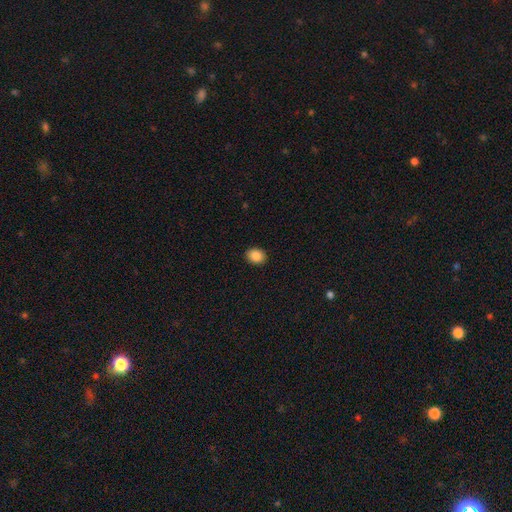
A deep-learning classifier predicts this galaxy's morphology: Smooth or featured?
  - smooth: 87% *
  - star or artifact: 9%
  - featured or disk: 4%
How rounded?
  - round: 53% *
  - in between: 47%
  - cigar-shaped: 1%
Merging?
  - none: 91% *
  - minor disturbance: 6%
  - major disturbance: 2%
  - merger: 1%